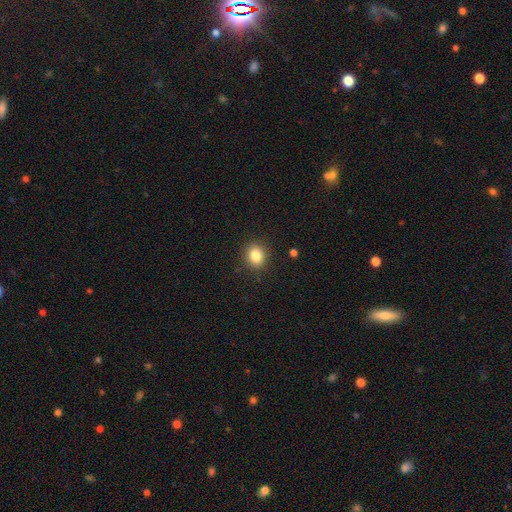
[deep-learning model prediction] smooth_or_featured: smooth (p=0.84) [alt: star or artifact p=0.10]
how_rounded: round (p=0.66) [alt: in between p=0.33]
merging: none (p=0.89) [alt: minor disturbance p=0.07]